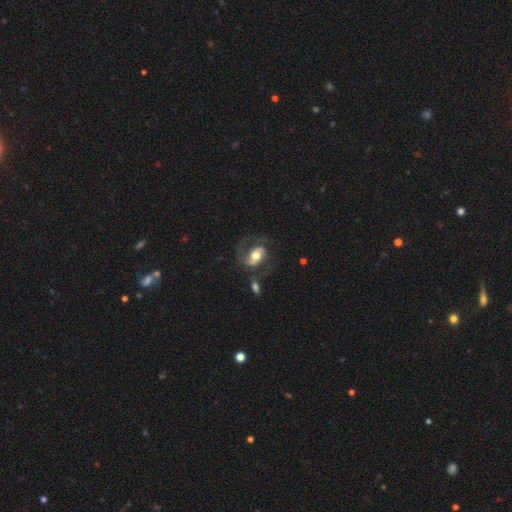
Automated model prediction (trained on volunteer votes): A featured or disk galaxy (72%) with a weak bar (36%), 2 (85%) medium (50%) spiral arms (87%) and a moderate central bulge (64%). Merging: none (53%).